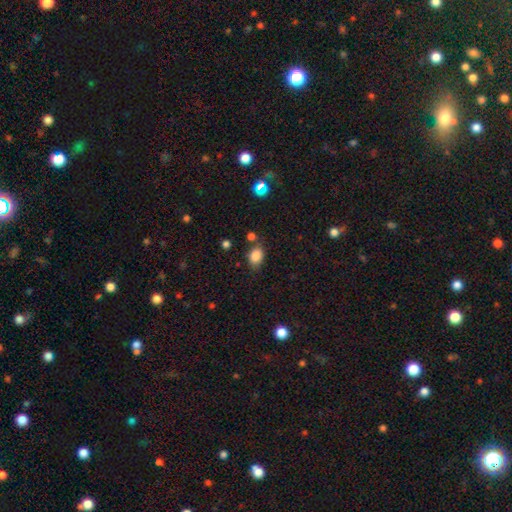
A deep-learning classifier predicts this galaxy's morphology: This appears to be a smooth galaxy with no disk features (85%) that is in between round and cigar-shaped (71%). Merging: none (70%).